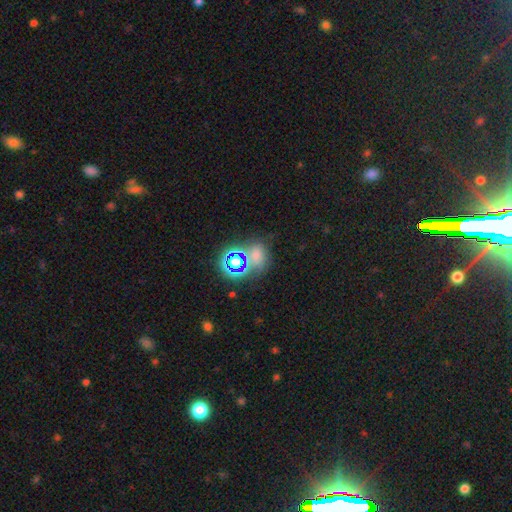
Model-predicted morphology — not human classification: A smooth galaxy with no disk features (51%) that is round (56%). Merging: none (55%).